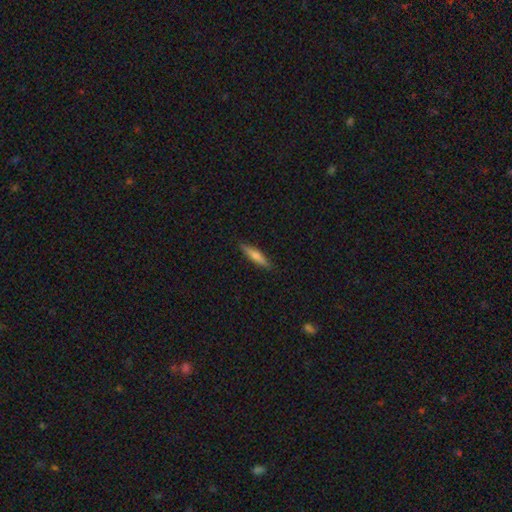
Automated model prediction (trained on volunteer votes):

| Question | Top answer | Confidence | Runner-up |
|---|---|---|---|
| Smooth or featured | smooth | 64% | featured or disk (30%) |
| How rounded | cigar-shaped | 83% | in between (15%) |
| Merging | none | 89% | minor disturbance (8%) |